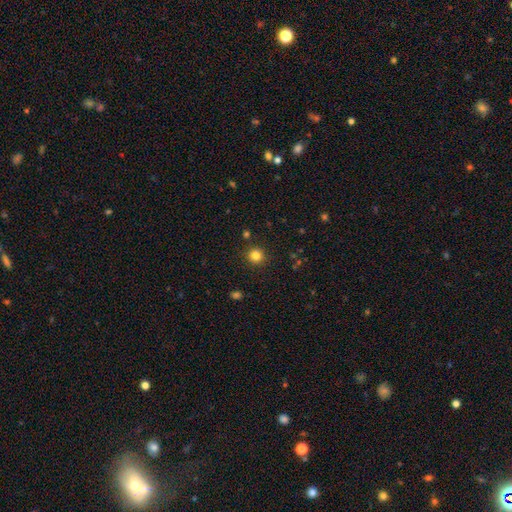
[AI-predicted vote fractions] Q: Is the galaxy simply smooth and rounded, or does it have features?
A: smooth — 82%.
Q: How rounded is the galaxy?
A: round — 94%.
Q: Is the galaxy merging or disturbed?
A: none — 91%.